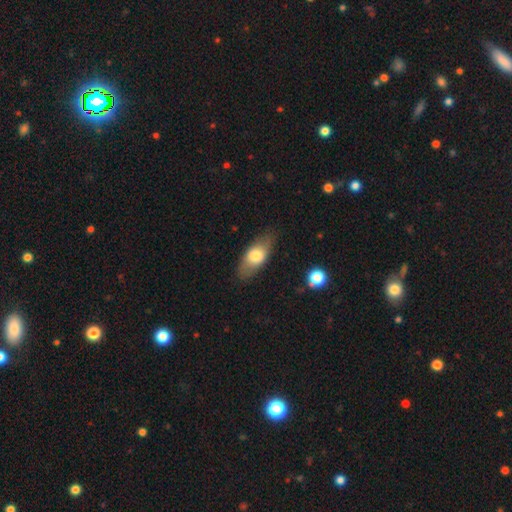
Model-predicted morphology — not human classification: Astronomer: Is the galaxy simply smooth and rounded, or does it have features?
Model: smooth — 70%.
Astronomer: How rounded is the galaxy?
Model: in between — 82%.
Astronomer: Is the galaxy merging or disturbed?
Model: none — 79%.